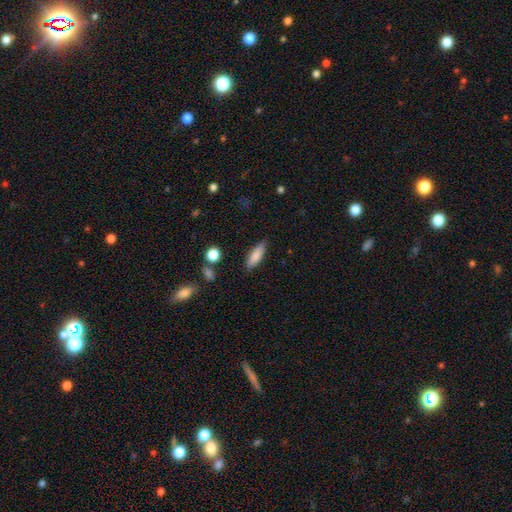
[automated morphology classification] smooth 82%, featured or disk 11%, star or artifact 7%. Down the decision tree: how rounded — in between (50%); merging — none (83%).